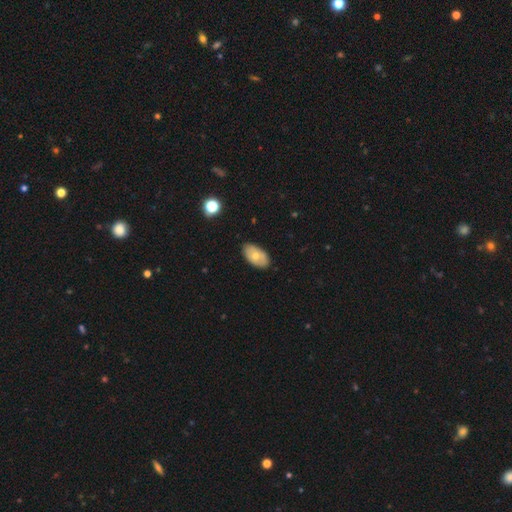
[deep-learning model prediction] Smooth or featured: smooth — 59% (featured or disk — 34%)
How rounded: in between — 93% (round — 6%)
Merging: none — 83% (minor disturbance — 13%)